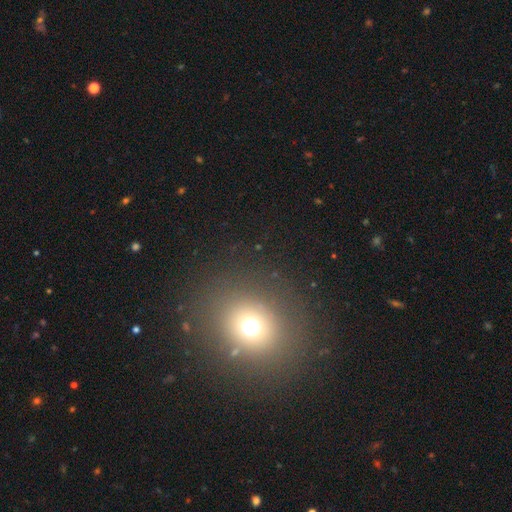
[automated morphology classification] Smooth or featured?
  - smooth: 63% *
  - star or artifact: 28%
  - featured or disk: 9%
How rounded?
  - round: 78% *
  - in between: 20%
  - cigar-shaped: 1%
Merging?
  - none: 90% *
  - minor disturbance: 6%
  - major disturbance: 3%
  - merger: 1%